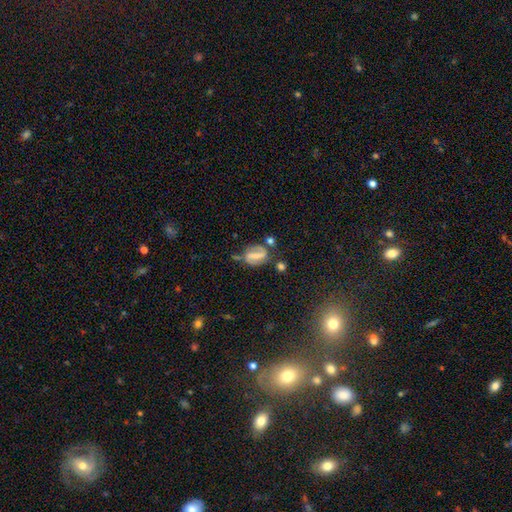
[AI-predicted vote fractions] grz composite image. It shows a featured or disk galaxy (69%) with a strong bar (62%), 2 (84%) medium (43%) spiral arms (82%) and no central bulge (40%). Merging: none (54%).